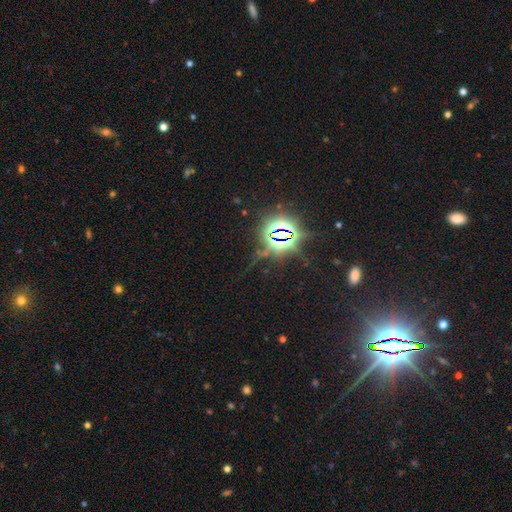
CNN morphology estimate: This appears to be a star or artifact, not a galaxy (85%).